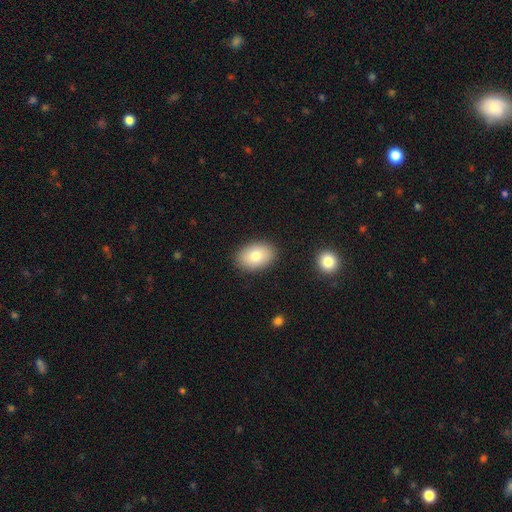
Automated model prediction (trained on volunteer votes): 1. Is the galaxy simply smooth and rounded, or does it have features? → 80% smooth, 12% featured or disk, 7% star or artifact.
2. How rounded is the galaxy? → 85% in between, 14% round, 1% cigar-shaped.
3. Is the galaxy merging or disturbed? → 88% none, 8% minor disturbance, 2% major disturbance, 1% merger.